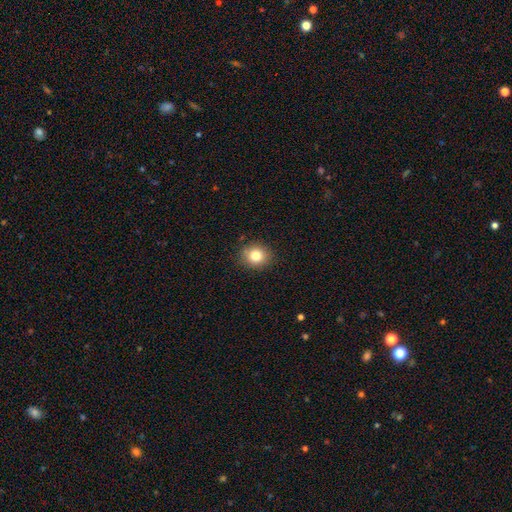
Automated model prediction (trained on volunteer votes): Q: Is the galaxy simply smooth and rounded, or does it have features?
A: smooth — 80%.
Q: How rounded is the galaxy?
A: round — 75%.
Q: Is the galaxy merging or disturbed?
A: none — 88%.